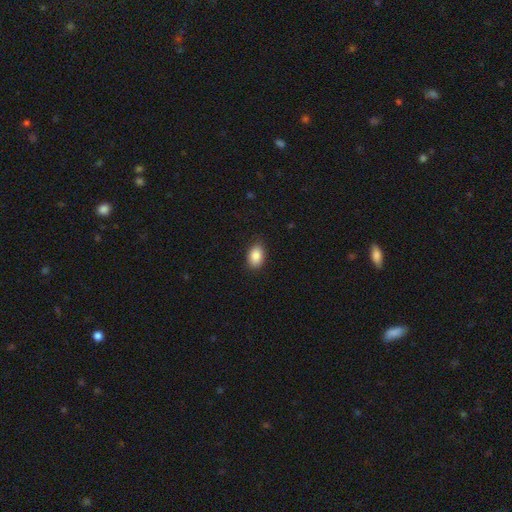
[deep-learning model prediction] smooth 87%, star or artifact 8%, featured or disk 5%. Down the decision tree: how rounded — in between (87%); merging — none (86%).